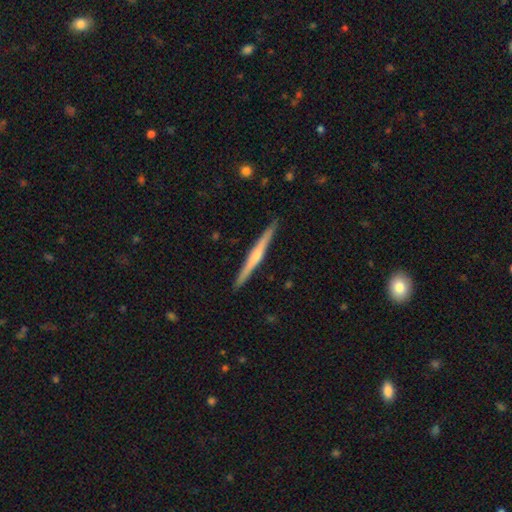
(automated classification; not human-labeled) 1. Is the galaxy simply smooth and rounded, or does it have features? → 65% featured or disk, 29% smooth, 5% star or artifact.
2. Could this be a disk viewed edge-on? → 98% yes, 2% no.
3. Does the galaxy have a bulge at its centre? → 65% rounded, 28% none, 7% boxy.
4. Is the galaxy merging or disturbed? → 91% none, 6% minor disturbance, 1% major disturbance, 1% merger.